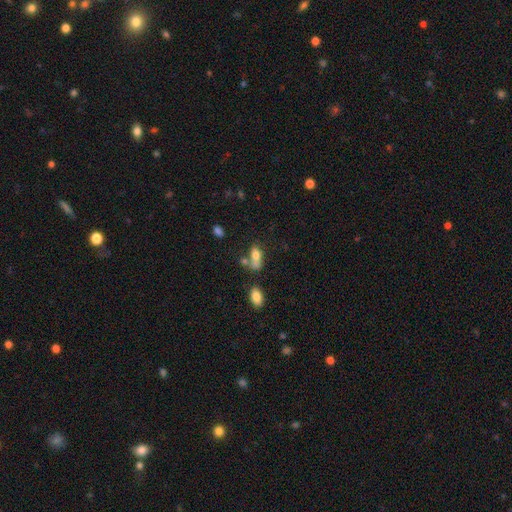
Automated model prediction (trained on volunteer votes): This is likely a smooth galaxy (72%). How rounded: likely in between (79%). Merging: marginally none (36%, tied with merger).